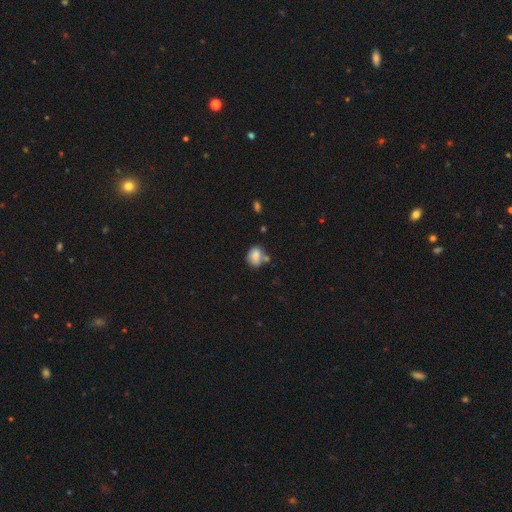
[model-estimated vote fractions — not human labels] This appears to be a smooth galaxy with no disk features (80%) that is in between round and cigar-shaped (57%). Merging: none (52%).